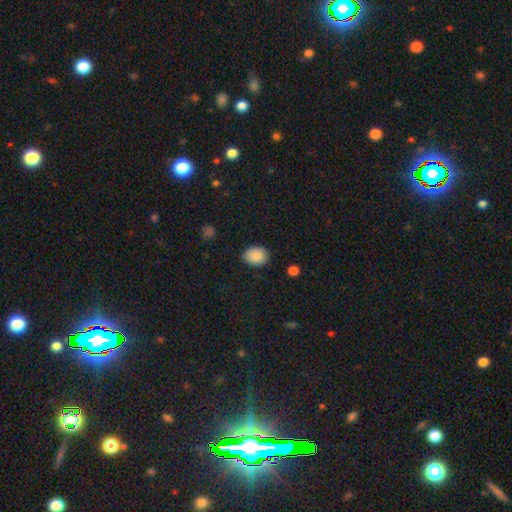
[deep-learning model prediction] Smooth or featured? smooth (89%)
How rounded? in between (71%)
Merging? none (87%)